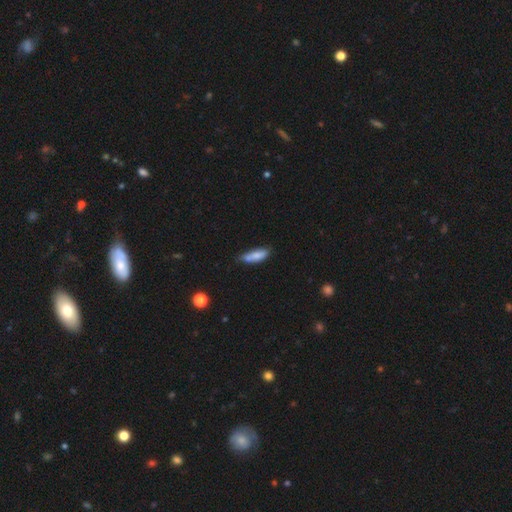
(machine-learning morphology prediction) Smooth or featured?
  - smooth: 77% *
  - featured or disk: 16%
  - star or artifact: 7%
How rounded?
  - in between: 55% *
  - cigar-shaped: 42%
  - round: 2%
Merging?
  - none: 51% *
  - minor disturbance: 30%
  - merger: 12%
  - major disturbance: 7%